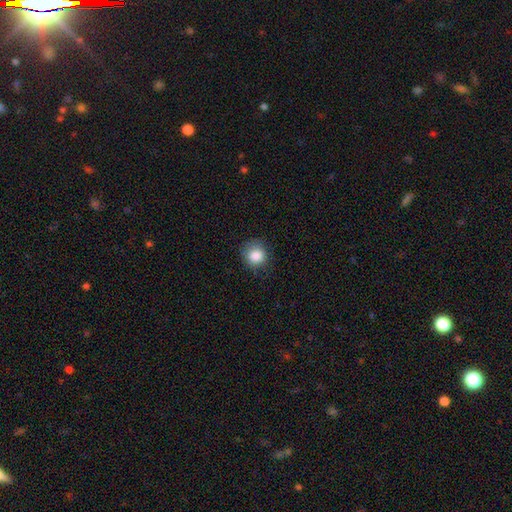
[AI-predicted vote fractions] smooth-or-featured: smooth: 86% | star or artifact: 9% | featured or disk: 5%
  how-rounded: round: 83% | in between: 16% | cigar-shaped: 1%
  merging: none: 76% | minor disturbance: 18% | major disturbance: 5% | merger: 1%